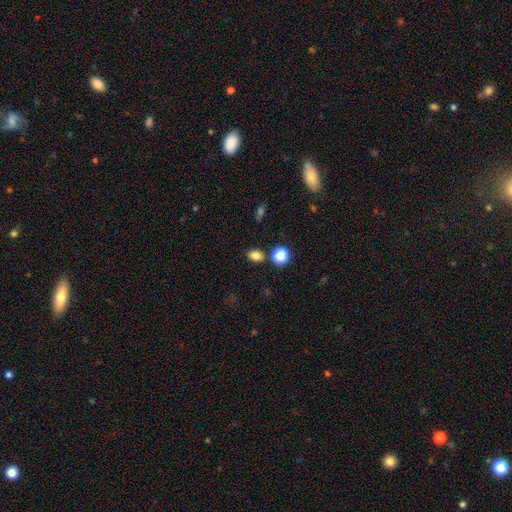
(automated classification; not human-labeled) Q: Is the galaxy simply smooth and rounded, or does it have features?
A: smooth — 80%.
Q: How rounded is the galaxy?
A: in between — 66%.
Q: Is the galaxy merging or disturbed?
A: none — 78%.